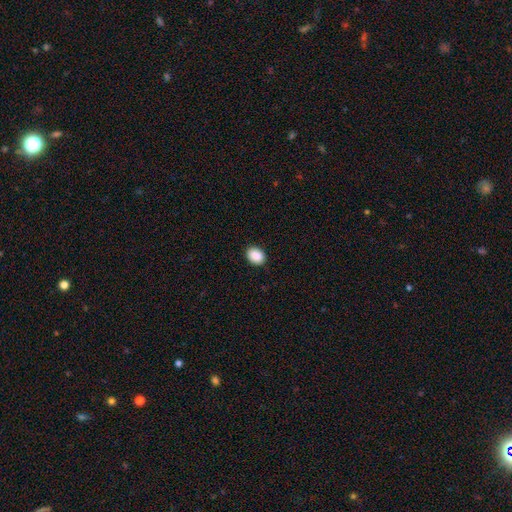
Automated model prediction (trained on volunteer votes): smooth-or-featured: smooth: 90% | star or artifact: 8% | featured or disk: 3%
  how-rounded: in between: 67% | round: 32% | cigar-shaped: 1%
  merging: none: 90% | minor disturbance: 7% | major disturbance: 2% | merger: 1%